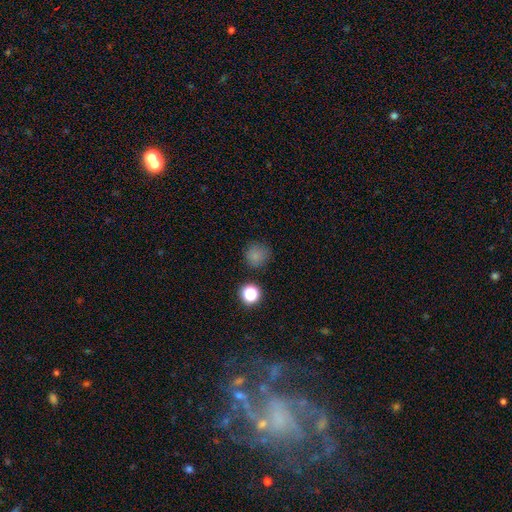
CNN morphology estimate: Smooth or featured?
  - smooth: 76% *
  - star or artifact: 19%
  - featured or disk: 5%
How rounded?
  - round: 91% *
  - in between: 8%
  - cigar-shaped: 1%
Merging?
  - none: 81% *
  - minor disturbance: 12%
  - major disturbance: 4%
  - merger: 3%